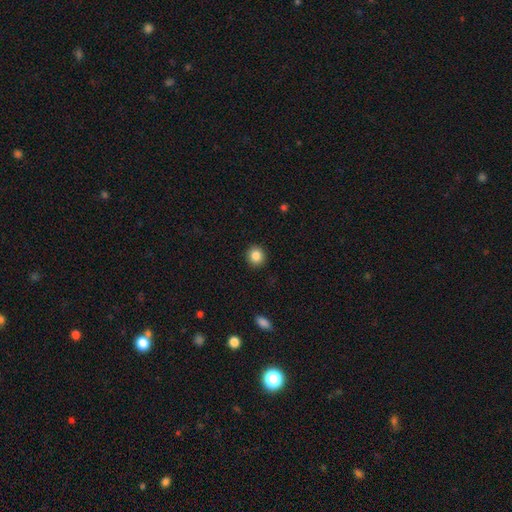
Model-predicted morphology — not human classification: smooth 86%, star or artifact 10%, featured or disk 5%. Down the decision tree: how rounded — round (89%); merging — none (92%).